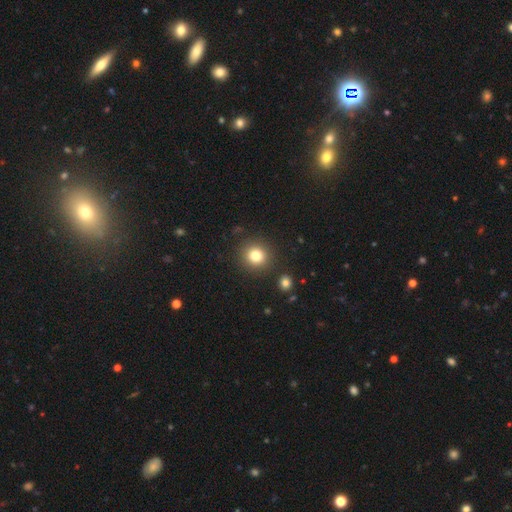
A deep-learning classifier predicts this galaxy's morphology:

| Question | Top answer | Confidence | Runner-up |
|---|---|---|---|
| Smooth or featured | smooth | 81% | star or artifact (12%) |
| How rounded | round | 90% | in between (9%) |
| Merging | none | 88% | minor disturbance (6%) |